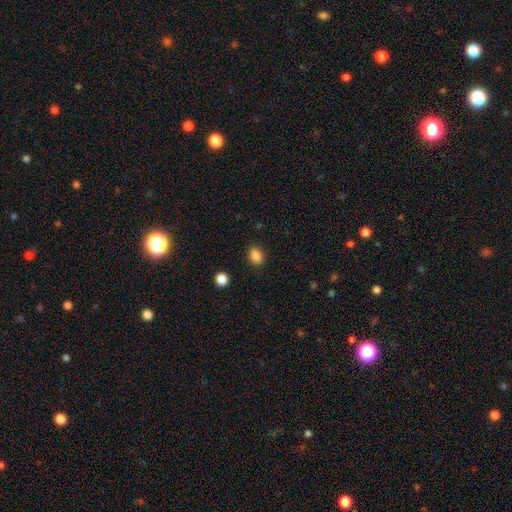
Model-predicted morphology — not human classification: Overall: smooth (87%). How rounded: in between (60%; round 39%). Merging: none (86%).